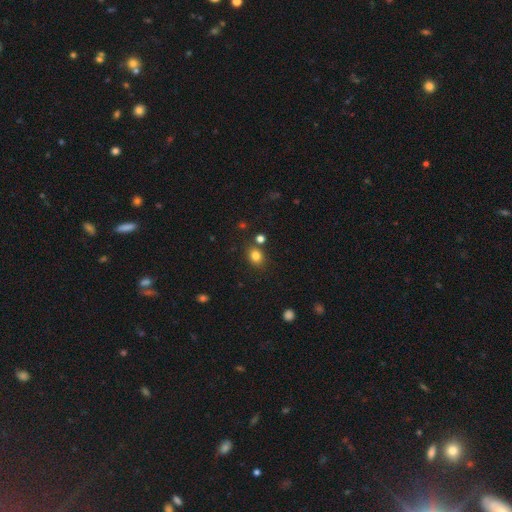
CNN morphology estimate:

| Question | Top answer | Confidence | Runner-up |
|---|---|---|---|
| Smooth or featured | smooth | 80% | star or artifact (13%) |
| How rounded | round | 57% | in between (42%) |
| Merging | none | 78% | minor disturbance (11%) |